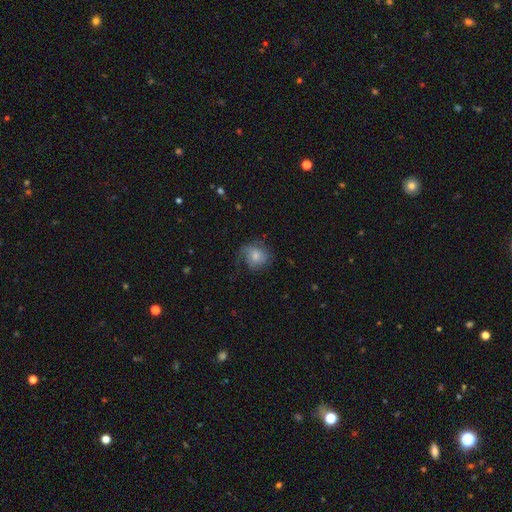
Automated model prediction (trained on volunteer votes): Morphology: type=smooth (56%); roundness=round (68%); merging=none (52%).